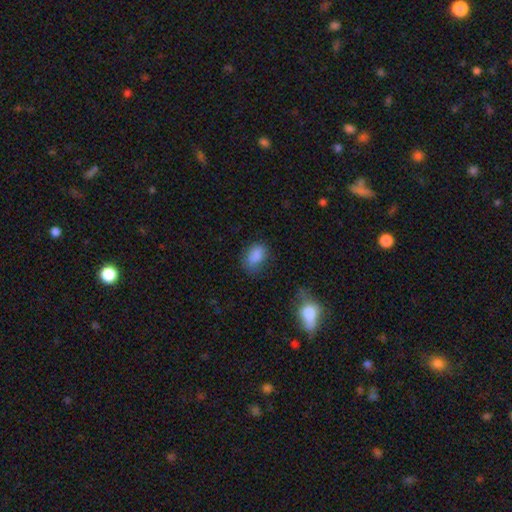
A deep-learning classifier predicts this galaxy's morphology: type=smooth (84%); roundness=in between (83%); merging=none (62%).